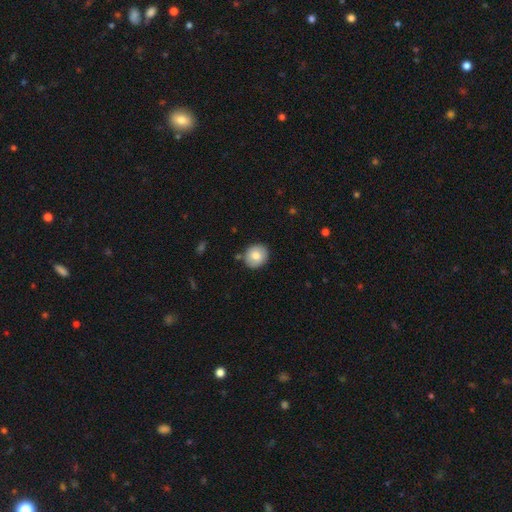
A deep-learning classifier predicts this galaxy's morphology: This is likely a smooth galaxy (78%). How rounded: likely round (80%). Merging: clearly none (85%).